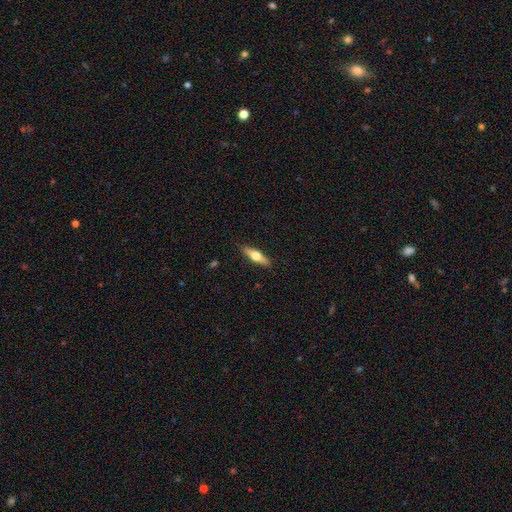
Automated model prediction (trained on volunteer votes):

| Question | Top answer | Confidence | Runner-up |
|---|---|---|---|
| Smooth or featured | smooth | 47% | tied: featured or disk (47%) |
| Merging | none | 89% | minor disturbance (8%) |